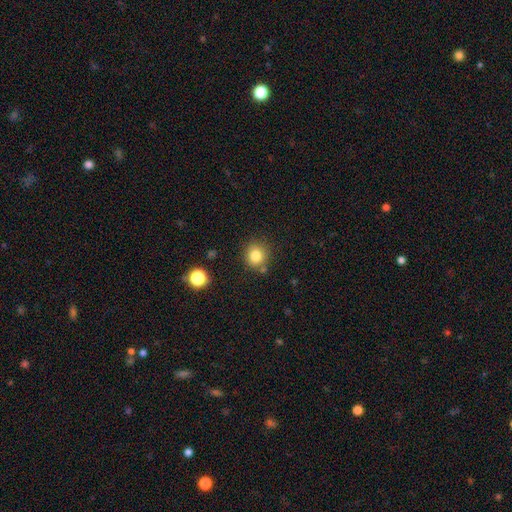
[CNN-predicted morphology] Smooth or featured?
  - smooth: 82% *
  - star or artifact: 12%
  - featured or disk: 7%
How rounded?
  - round: 89% *
  - in between: 10%
  - cigar-shaped: 1%
Merging?
  - none: 80% *
  - minor disturbance: 10%
  - merger: 6%
  - major disturbance: 3%